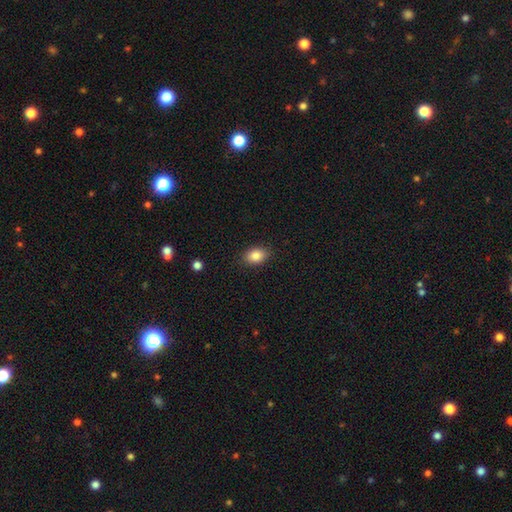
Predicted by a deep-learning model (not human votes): Q: Smooth or featured?
A: smooth (85%); runner-up: star or artifact (9%)
Q: How rounded?
A: in between (80%); runner-up: round (19%)
Q: Merging?
A: none (87%); runner-up: minor disturbance (9%)